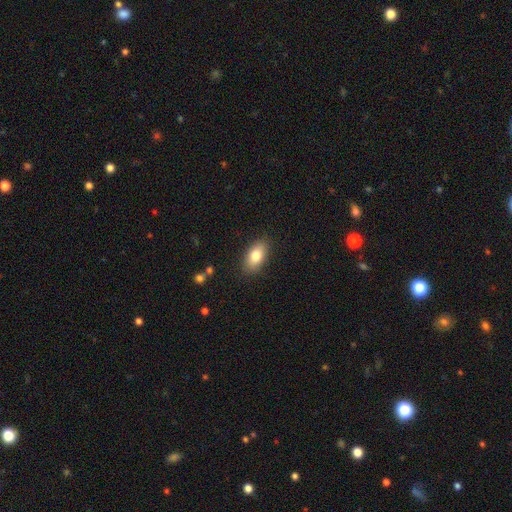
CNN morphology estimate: Overall: smooth (80%). How rounded: in between (90%). Merging: none (86%).